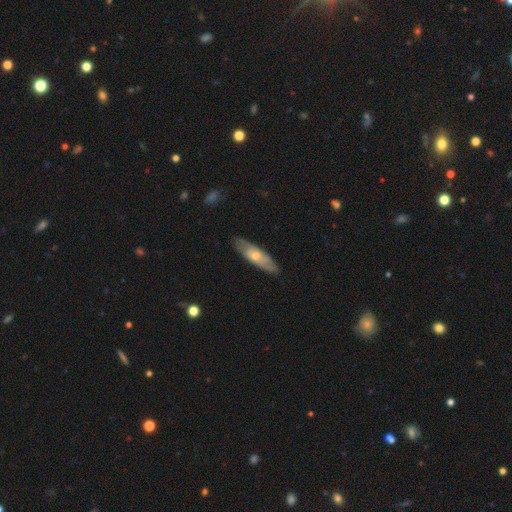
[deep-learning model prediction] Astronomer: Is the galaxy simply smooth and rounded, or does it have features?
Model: smooth — 50% (runner-up: featured or disk, 45%).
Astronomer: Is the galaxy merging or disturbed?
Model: none — 81%.